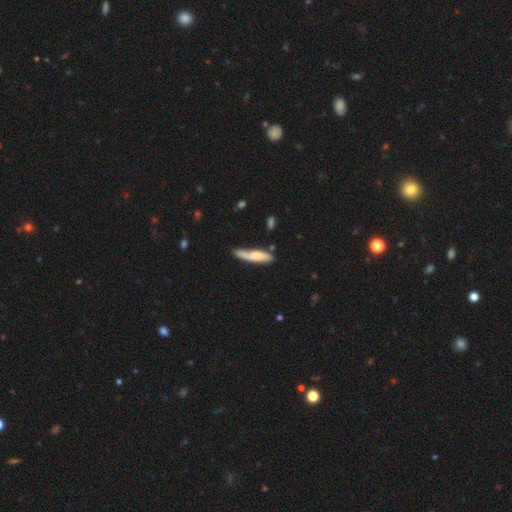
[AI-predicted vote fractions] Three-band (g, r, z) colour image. It shows a smooth galaxy with no disk features (59%) that is cigar-shaped (77%). Merging: none (58%).